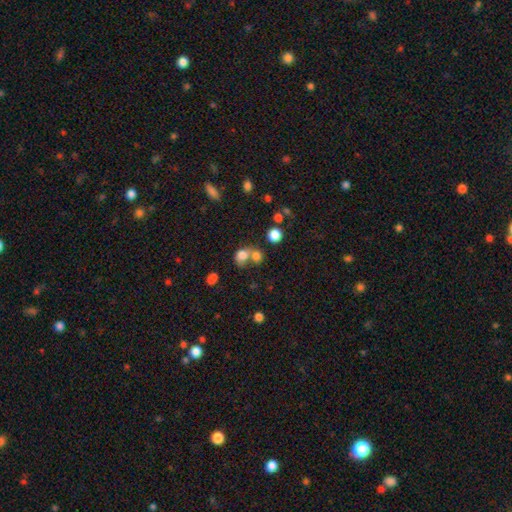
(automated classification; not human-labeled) This is possibly a smooth galaxy (52%). How rounded: likely round (70%). Merging: possibly none (50%).